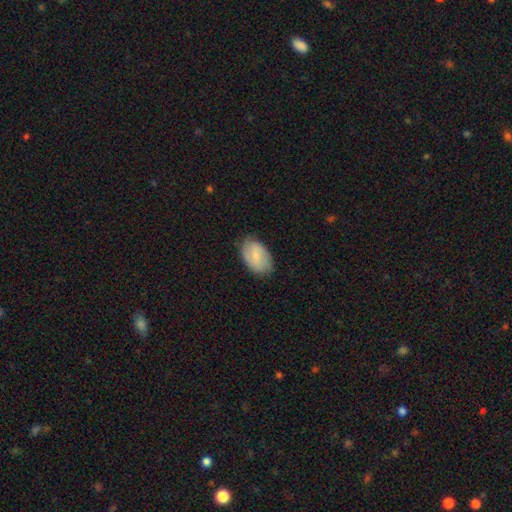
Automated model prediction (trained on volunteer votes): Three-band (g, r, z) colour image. It shows a smooth galaxy with no disk features (71%) that is in between round and cigar-shaped (91%). Merging: none (77%).